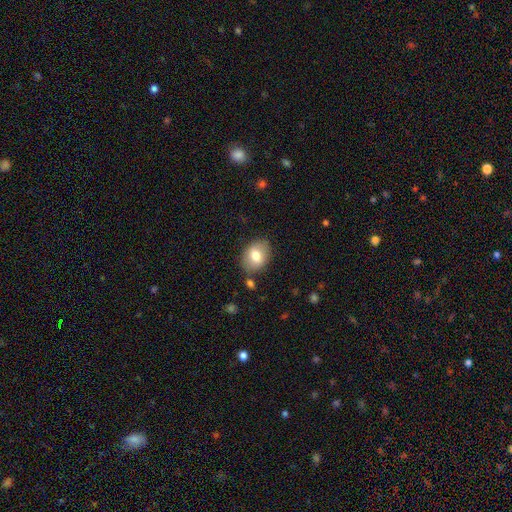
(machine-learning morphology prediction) Smooth or featured?
  - smooth: 73% *
  - featured or disk: 19%
  - star or artifact: 8%
How rounded?
  - in between: 69% *
  - round: 29%
  - cigar-shaped: 1%
Merging?
  - none: 81% *
  - minor disturbance: 12%
  - major disturbance: 3%
  - merger: 3%